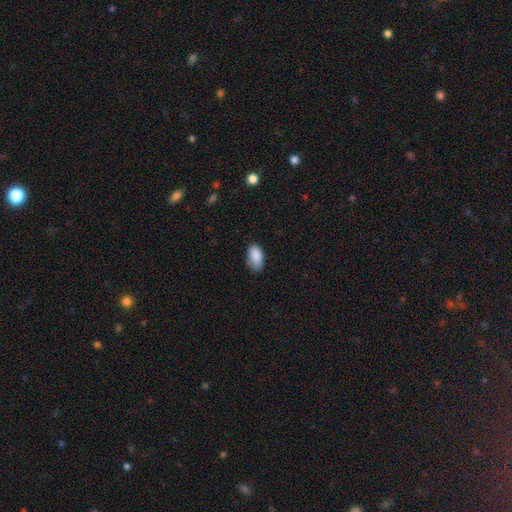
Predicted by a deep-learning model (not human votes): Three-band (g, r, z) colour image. It shows a smooth galaxy with no disk features (89%) that is in between round and cigar-shaped (94%). Merging: none (70%).